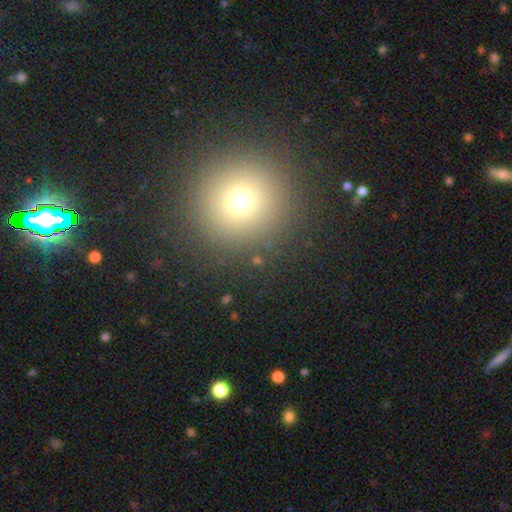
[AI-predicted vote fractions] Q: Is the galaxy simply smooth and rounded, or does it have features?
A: smooth — 63%.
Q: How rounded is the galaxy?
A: round — 94%.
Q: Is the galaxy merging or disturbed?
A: none — 92%.